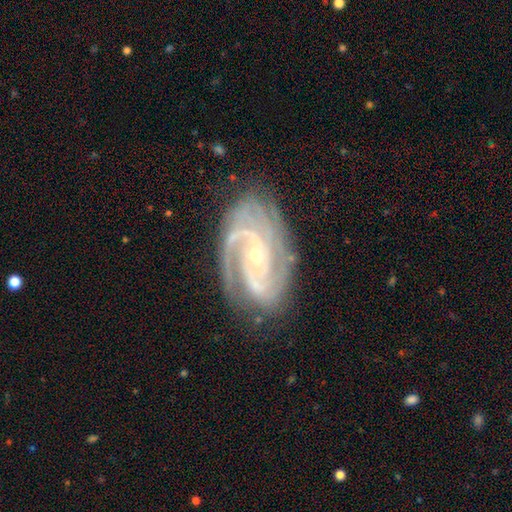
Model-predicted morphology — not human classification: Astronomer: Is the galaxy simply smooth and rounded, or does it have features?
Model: featured or disk — 91%.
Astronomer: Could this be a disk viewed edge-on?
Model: no — 97%.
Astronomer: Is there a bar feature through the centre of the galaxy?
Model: no — 52% (runner-up: weak, 32%).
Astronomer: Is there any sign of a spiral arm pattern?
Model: yes — 98%.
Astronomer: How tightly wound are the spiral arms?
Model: tight — 59% (runner-up: medium, 36%).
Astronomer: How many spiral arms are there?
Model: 2 — 40% (runner-up: 3, 29%).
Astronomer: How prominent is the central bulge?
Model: small — 73%.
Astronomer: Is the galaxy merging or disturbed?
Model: none — 76%.